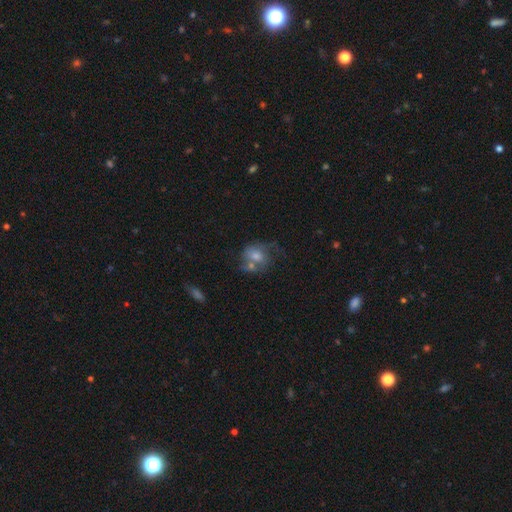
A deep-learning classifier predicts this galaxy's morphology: Q: Smooth or featured?
A: featured or disk (51%); runner-up: smooth (36%)
Q: Edge-on disk?
A: no (96%); runner-up: yes (4%)
Q: Merging?
A: none (37%); runner-up: merger (27%)